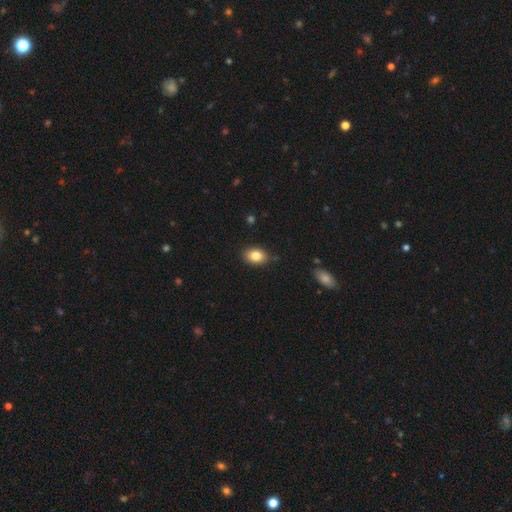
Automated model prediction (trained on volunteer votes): Smooth or featured: smooth — 83% (star or artifact — 9%)
How rounded: in between — 79% (round — 20%)
Merging: none — 85% (minor disturbance — 11%)